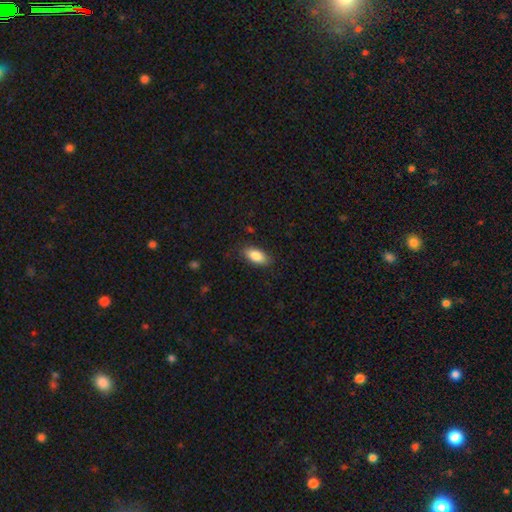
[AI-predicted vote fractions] This is clearly a smooth galaxy (86%). How rounded: clearly in between (89%). Merging: clearly none (84%).